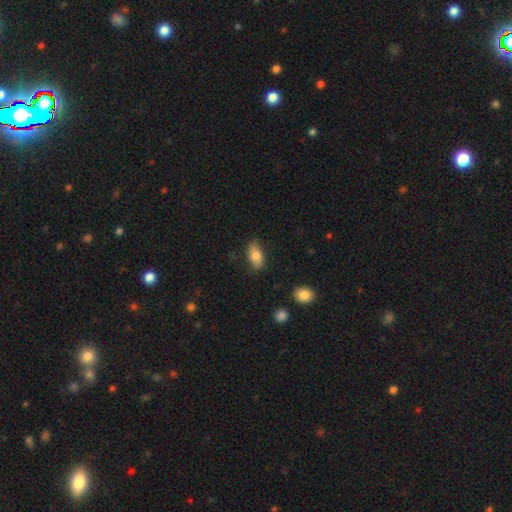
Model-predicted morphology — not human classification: smooth_or_featured: smooth (p=0.74) [alt: featured or disk p=0.19]
how_rounded: in between (p=0.88) [alt: cigar-shaped p=0.07]
merging: none (p=0.81) [alt: minor disturbance p=0.15]